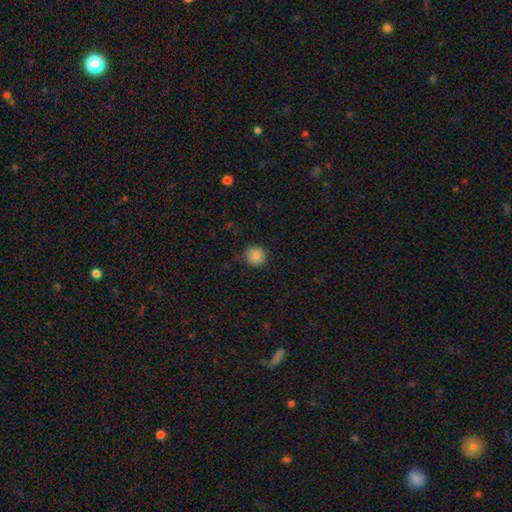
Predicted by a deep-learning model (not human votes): Smooth or featured: smooth — 86% (star or artifact — 9%)
How rounded: round — 92% (in between — 7%)
Merging: none — 85% (minor disturbance — 11%)